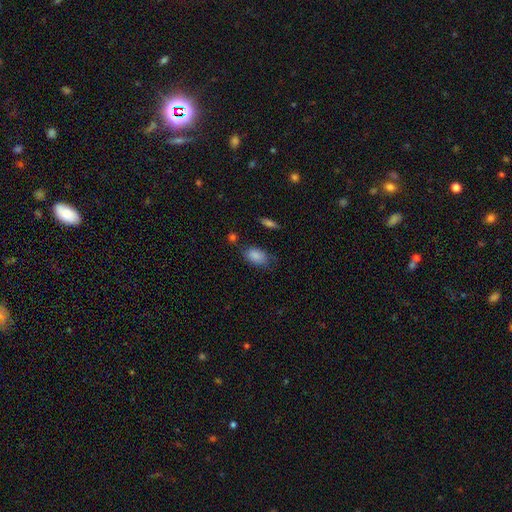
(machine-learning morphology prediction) smooth 85%, star or artifact 8%, featured or disk 7%. Down the decision tree: how rounded — in between (90%); merging — none (63%).